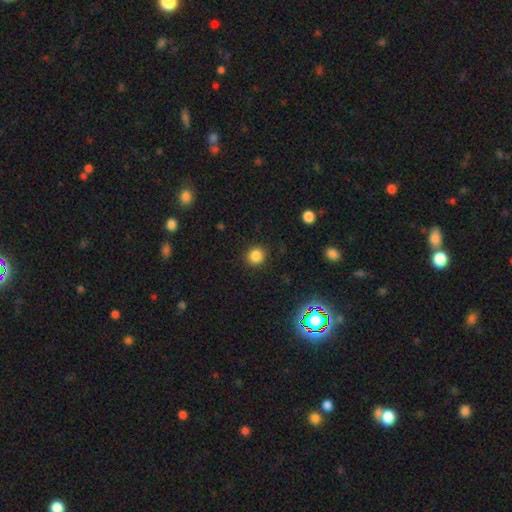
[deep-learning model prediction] This appears to be a smooth galaxy with no disk features (85%) that is round (88%). Merging: none (90%).